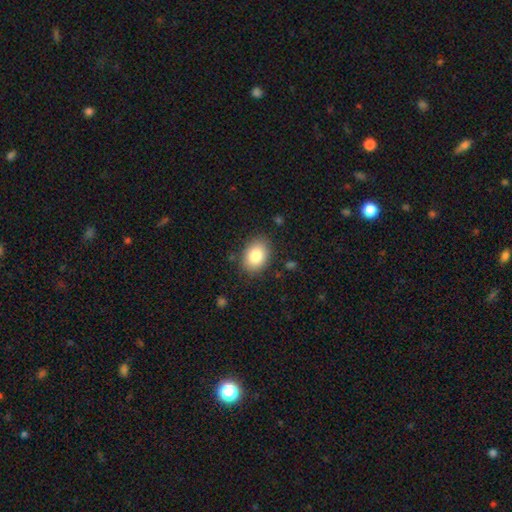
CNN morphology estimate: This appears to be a smooth galaxy with no disk features (84%) that is in between round and cigar-shaped (72%). Merging: none (85%).